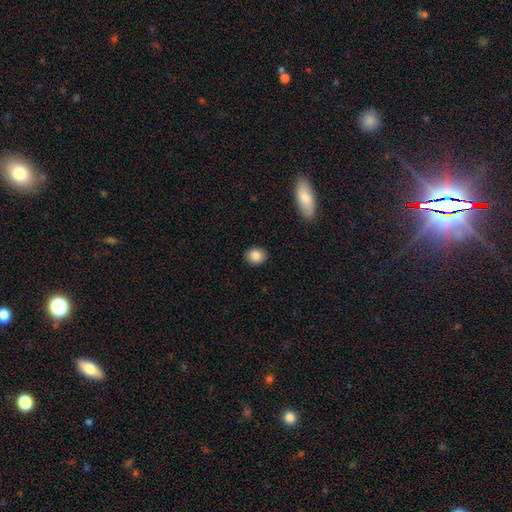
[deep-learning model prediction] smooth 87%, star or artifact 9%, featured or disk 5%. Down the decision tree: how rounded — round (61%); merging — none (89%).